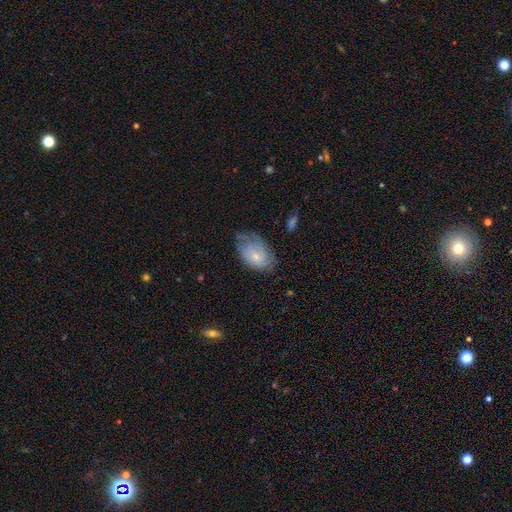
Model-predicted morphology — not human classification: A smooth galaxy with no disk features (54%) that is in between round and cigar-shaped (87%).

Vote fractions:
- Smooth or featured? smooth: 54% / featured or disk: 39% / star or artifact: 7%
- How rounded? in between: 87% / round: 12% / cigar-shaped: 1%
- Merging? none: 49% / minor disturbance: 35% / major disturbance: 14% / merger: 2%